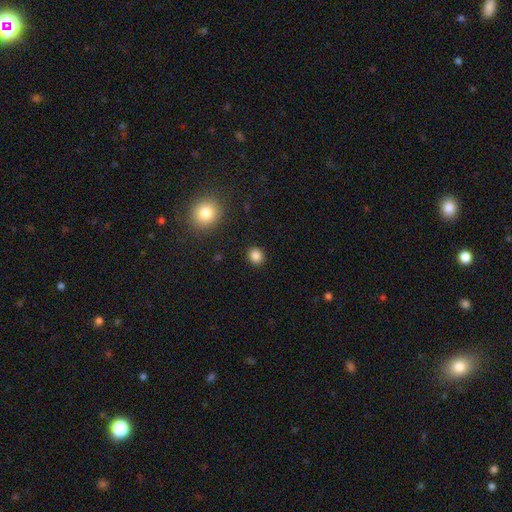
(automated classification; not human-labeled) Smooth or featured? smooth (85%)
How rounded? round (83%)
Merging? none (91%)